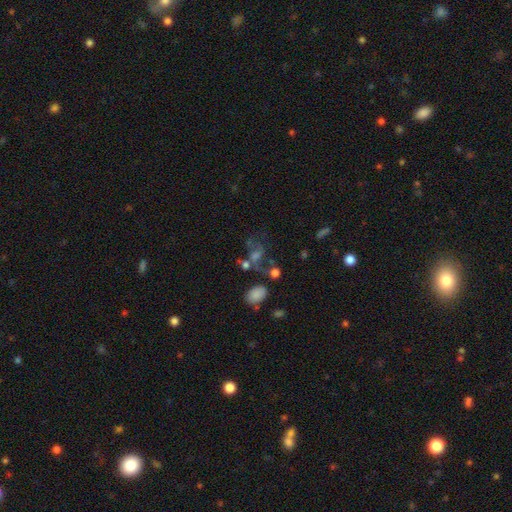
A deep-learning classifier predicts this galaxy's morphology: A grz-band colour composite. It shows a smooth galaxy with no disk features (37%). Merging: none (42%).